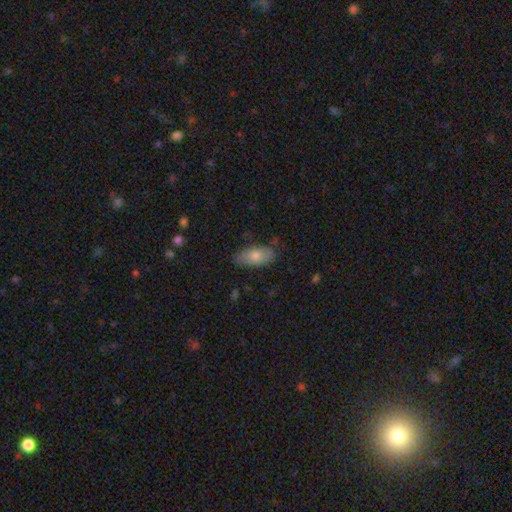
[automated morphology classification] Overall: smooth (73%). How rounded: in between (86%). Merging: none (82%).